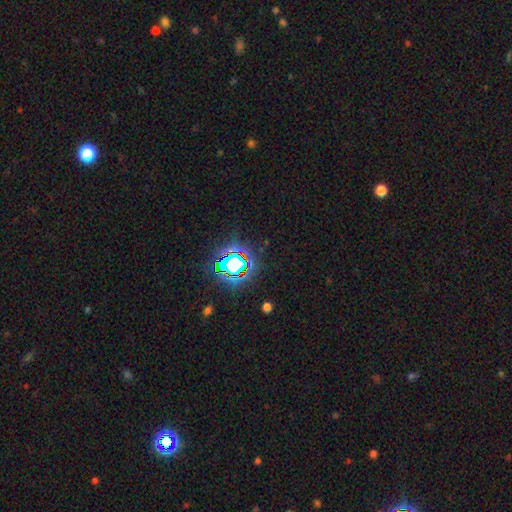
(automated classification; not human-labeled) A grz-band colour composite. It shows a star or artifact, not a galaxy (81%).